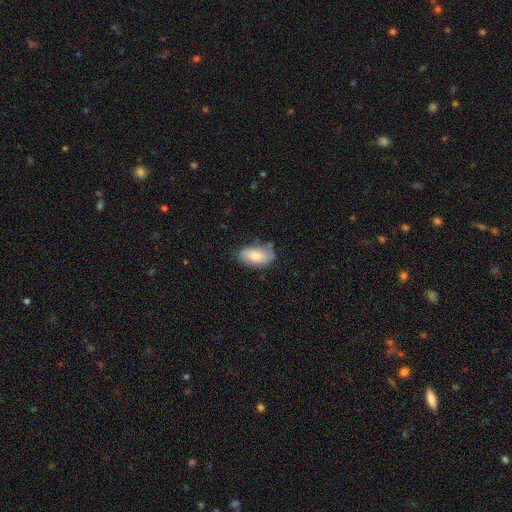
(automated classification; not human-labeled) smooth-or-featured: smooth: 74% | featured or disk: 20% | star or artifact: 6%
  how-rounded: in between: 93% | round: 4% | cigar-shaped: 3%
  merging: none: 65% | minor disturbance: 27% | major disturbance: 6% | merger: 2%